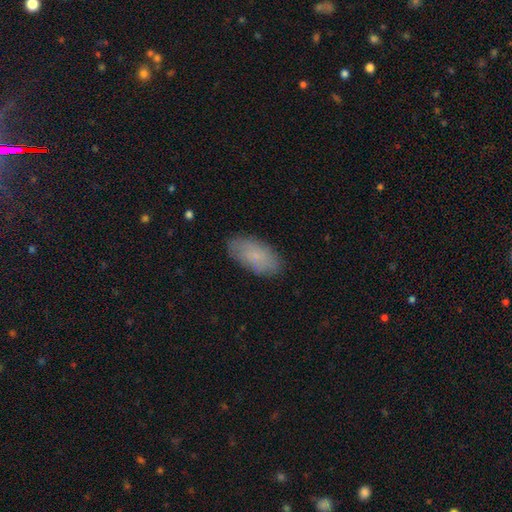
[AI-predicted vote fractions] Smooth or featured? smooth (76%)
How rounded? in between (93%)
Merging? none (85%)